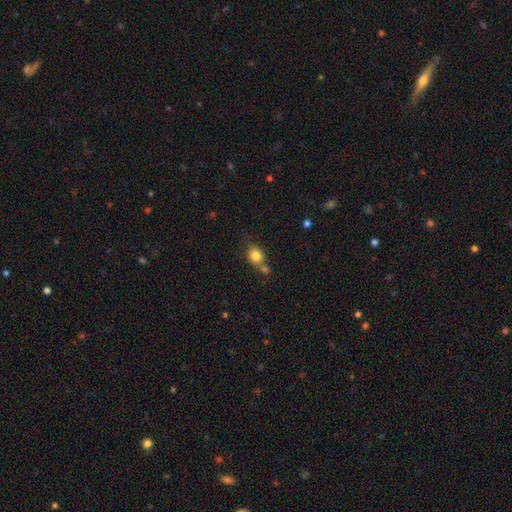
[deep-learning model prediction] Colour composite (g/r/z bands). It shows a smooth galaxy with no disk features (81%) that is round (59%). Merging: none (49%).